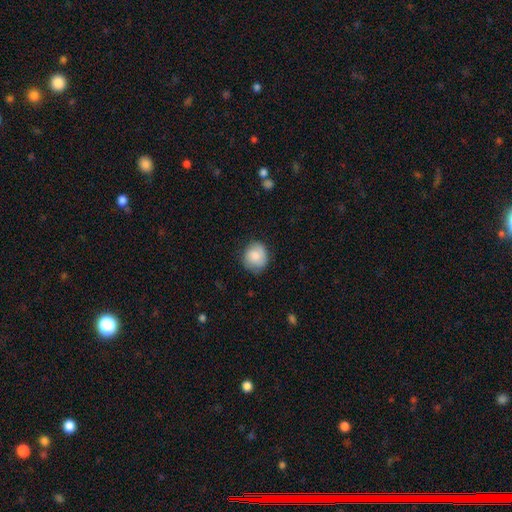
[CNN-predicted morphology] A smooth galaxy with no disk features (80%) that is round (77%). Merging: none (79%).